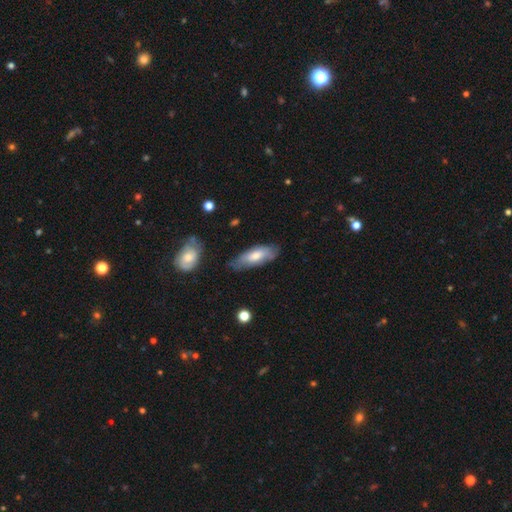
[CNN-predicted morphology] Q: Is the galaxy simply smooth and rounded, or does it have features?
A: smooth — 66%.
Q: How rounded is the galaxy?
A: in between — 74%.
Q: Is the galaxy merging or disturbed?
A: none — 66%.